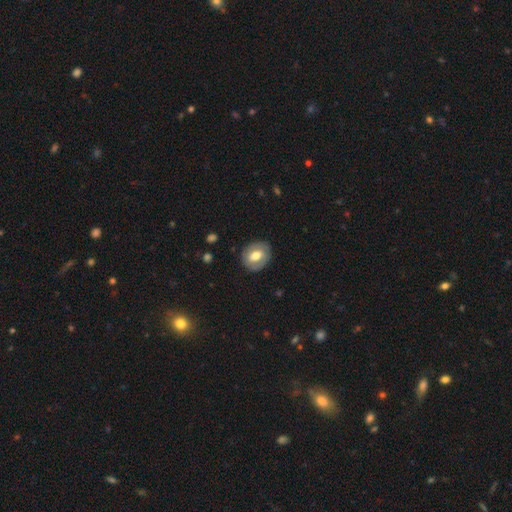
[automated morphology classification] smooth 49%, featured or disk 45%, star or artifact 6%. Down the decision tree: merging — none (83%).